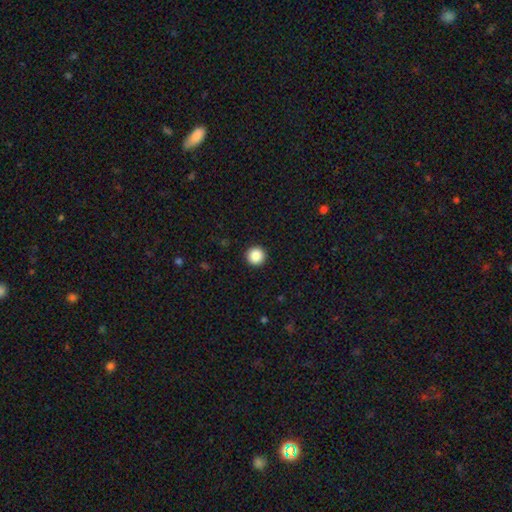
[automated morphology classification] This is clearly a smooth galaxy (88%). How rounded: clearly round (96%). Merging: clearly none (94%).